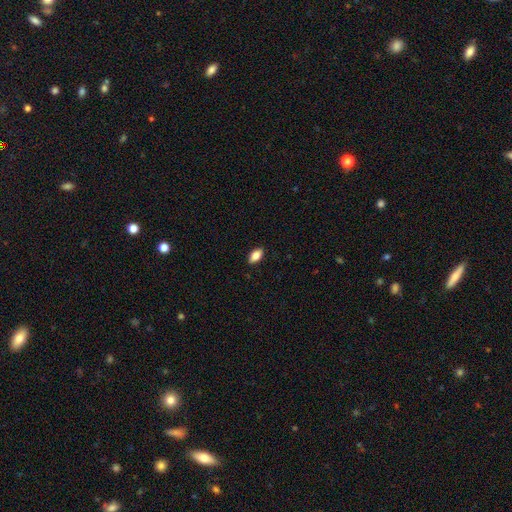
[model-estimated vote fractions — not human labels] Smooth or featured: smooth — 82% (featured or disk — 11%)
How rounded: in between — 90% (cigar-shaped — 6%)
Merging: none — 89% (minor disturbance — 8%)